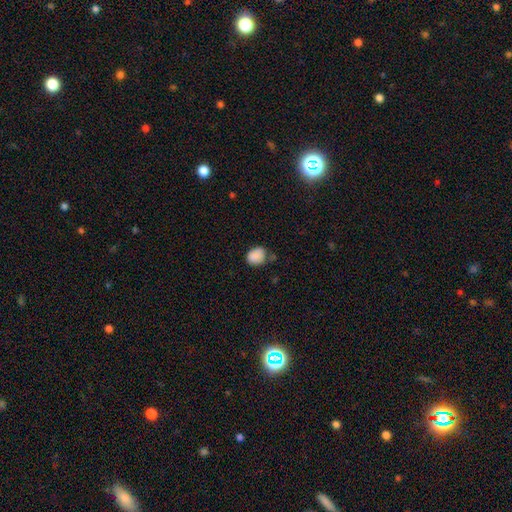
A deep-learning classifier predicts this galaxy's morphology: A smooth galaxy with no disk features (86%) that is round (54%).

Vote fractions:
- Smooth or featured? smooth: 86% / star or artifact: 9% / featured or disk: 5%
- How rounded? round: 54% / in between: 45% / cigar-shaped: 1%
- Merging? none: 60% / minor disturbance: 27% / major disturbance: 7% / merger: 6%